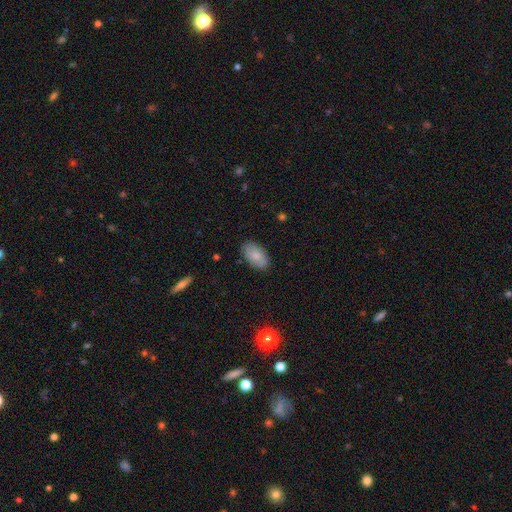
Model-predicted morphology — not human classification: smooth 82%, featured or disk 11%, star or artifact 6%. Down the decision tree: how rounded — in between (94%); merging — none (85%).